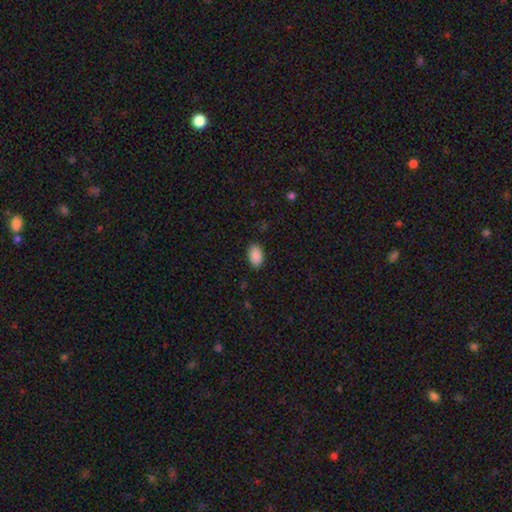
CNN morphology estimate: smooth-or-featured: smooth: 90% | star or artifact: 7% | featured or disk: 3%
  how-rounded: in between: 92% | round: 7% | cigar-shaped: 1%
  merging: none: 88% | minor disturbance: 9% | major disturbance: 2% | merger: 1%